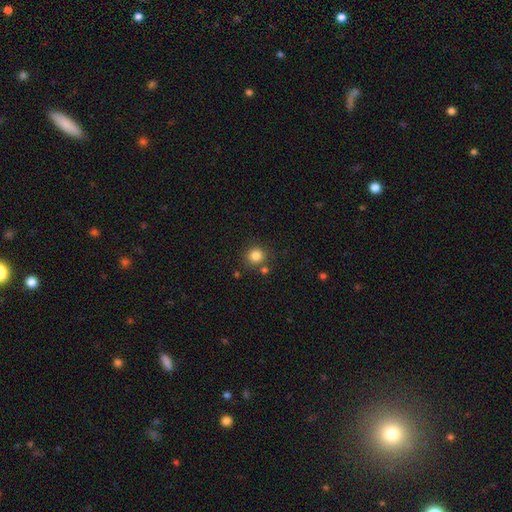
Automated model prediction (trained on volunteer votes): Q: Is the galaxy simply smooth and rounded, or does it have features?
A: smooth — 84%.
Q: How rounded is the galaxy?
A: round — 89%.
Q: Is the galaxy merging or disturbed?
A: none — 79%.